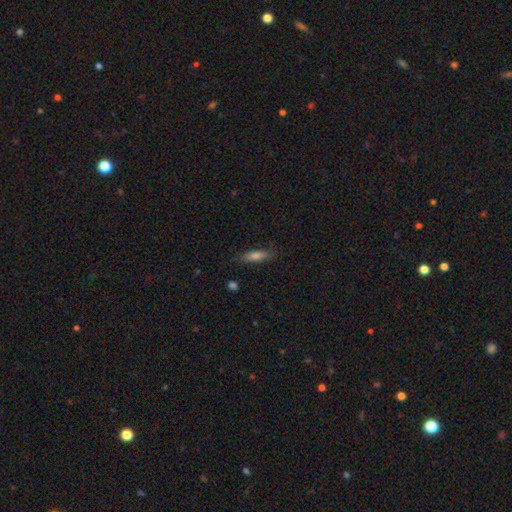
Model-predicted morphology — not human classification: type=smooth (60%); roundness=cigar-shaped (73%); merging=none (83%).